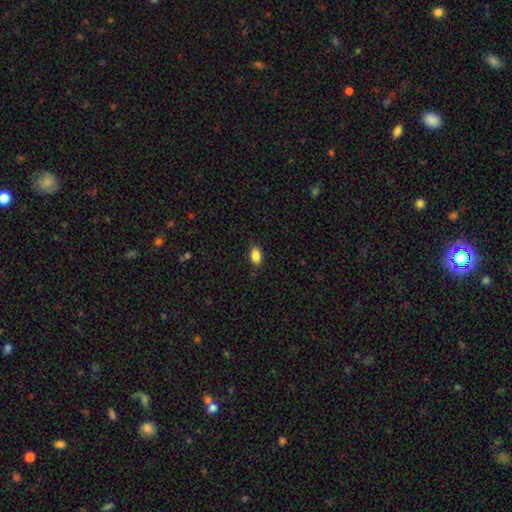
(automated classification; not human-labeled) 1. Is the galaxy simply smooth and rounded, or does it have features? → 88% smooth, 9% star or artifact, 4% featured or disk.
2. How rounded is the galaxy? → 90% in between, 8% round, 2% cigar-shaped.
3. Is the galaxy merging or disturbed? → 87% none, 10% minor disturbance, 2% major disturbance, 1% merger.